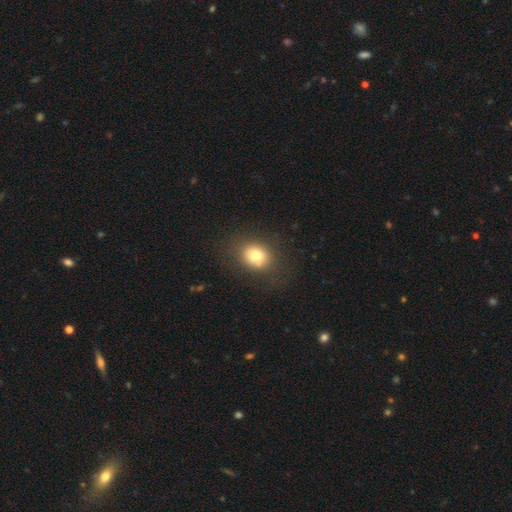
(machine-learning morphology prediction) Smooth or featured? Predicted: smooth (p=0.76). How rounded? Predicted: round (p=0.54). Merging? Predicted: none (p=0.77).